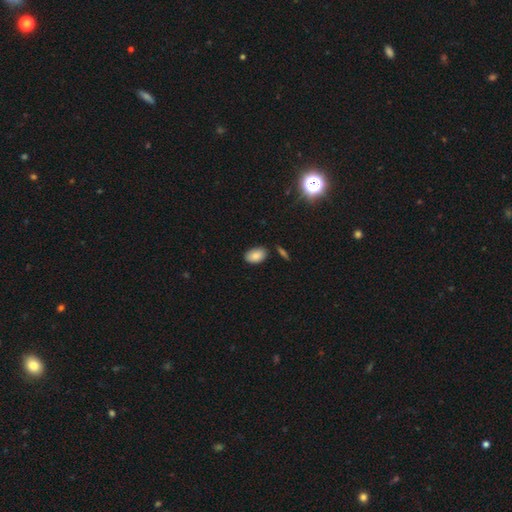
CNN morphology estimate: The model was most divided on "merging": none: 81%, minor disturbance: 13%, merger: 4%, major disturbance: 2%. More confident: how rounded — in between (91%); smooth or featured — smooth (86%).